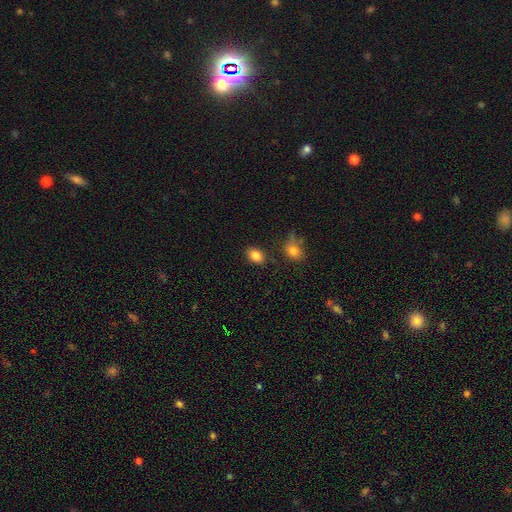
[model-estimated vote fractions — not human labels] Smooth or featured? Predicted: smooth (p=0.85). How rounded? Predicted: in between (p=0.79). Merging? Predicted: none (p=0.81).